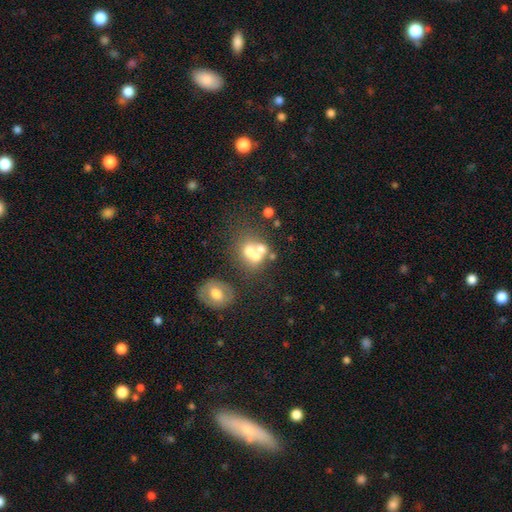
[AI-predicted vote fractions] This appears to be a smooth galaxy with no disk features (56%) that is round (68%). Merging: merger (55%).